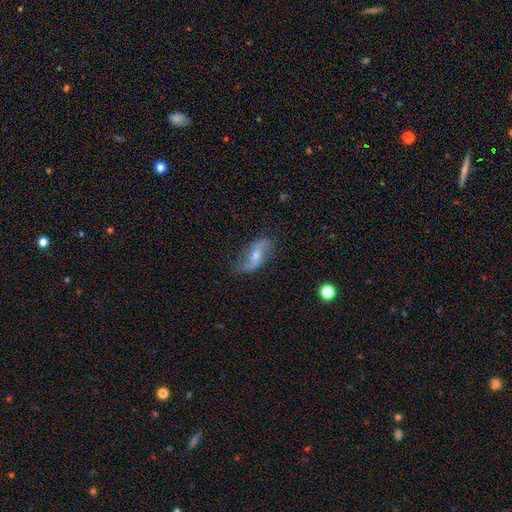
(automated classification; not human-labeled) This appears to be a featured or disk galaxy (77%) with a weak bar (44%), 2 (91%) loose (80%) spiral arms (94%) and a moderate central bulge (39%). Merging: none (70%).